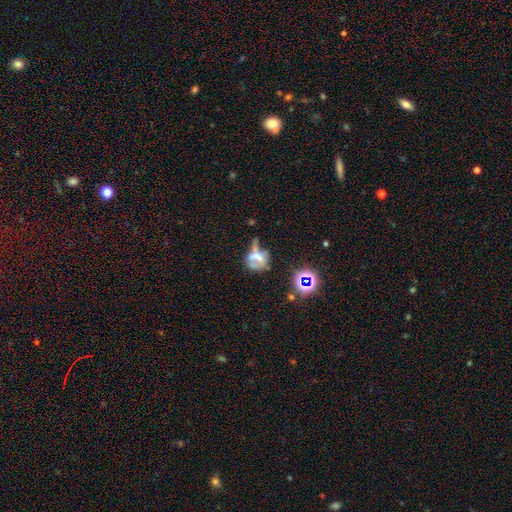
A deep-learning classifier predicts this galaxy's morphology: A featured or disk galaxy (41%).

Vote fractions:
- Smooth or featured? featured or disk: 41% / smooth: 37% / star or artifact: 22%
- Merging? major disturbance: 32% / none: 25% / merger: 24% / minor disturbance: 19%